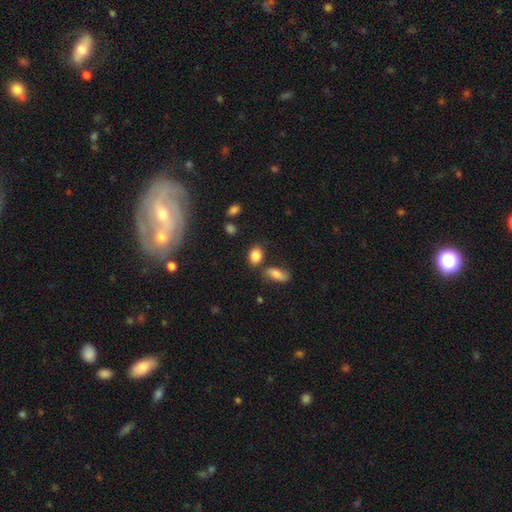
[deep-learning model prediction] smooth 85%, star or artifact 9%, featured or disk 6%. Down the decision tree: how rounded — in between (69%); merging — none (69%).